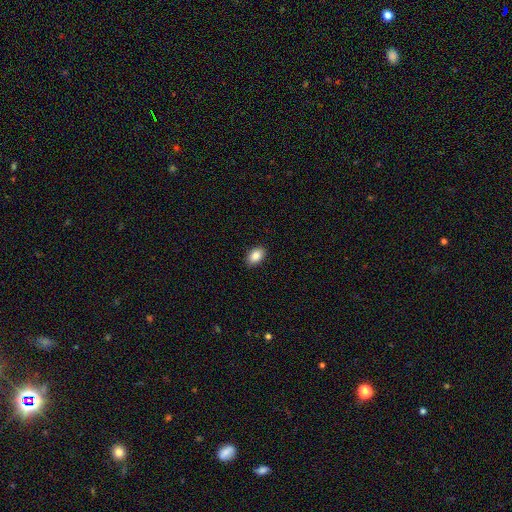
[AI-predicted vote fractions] smooth 88%, star or artifact 8%, featured or disk 5%. Down the decision tree: how rounded — in between (89%); merging — none (89%).